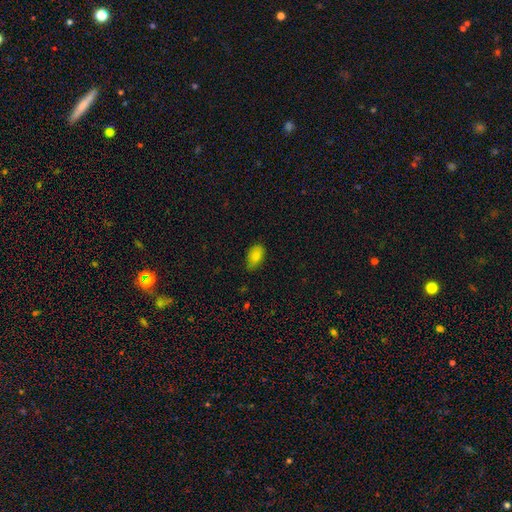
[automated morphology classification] A smooth galaxy with no disk features (84%) that is in between round and cigar-shaped (91%). Merging: none (73%).